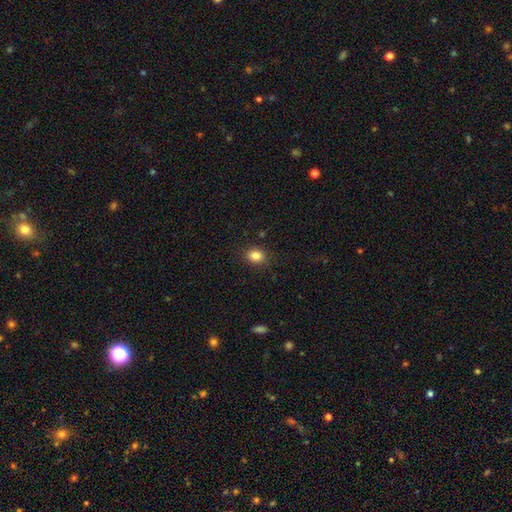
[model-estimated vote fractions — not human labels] A smooth galaxy with no disk features (85%) that is in between round and cigar-shaped (53%).

Vote fractions:
- Smooth or featured? smooth: 85% / star or artifact: 10% / featured or disk: 5%
- How rounded? in between: 53% / round: 46% / cigar-shaped: 1%
- Merging? none: 87% / minor disturbance: 9% / major disturbance: 2% / merger: 1%